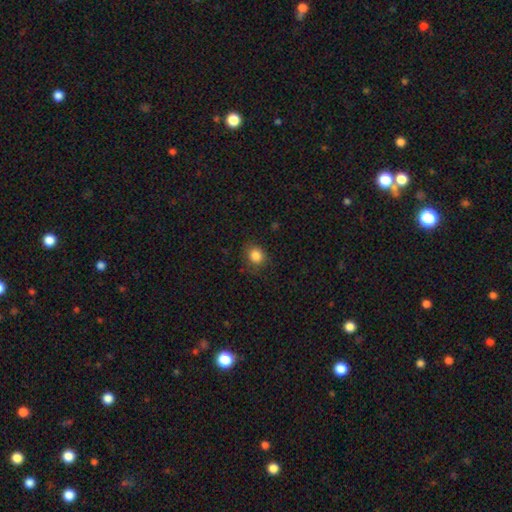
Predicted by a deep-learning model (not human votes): A smooth galaxy with no disk features (85%) that is round (77%). Merging: none (79%).